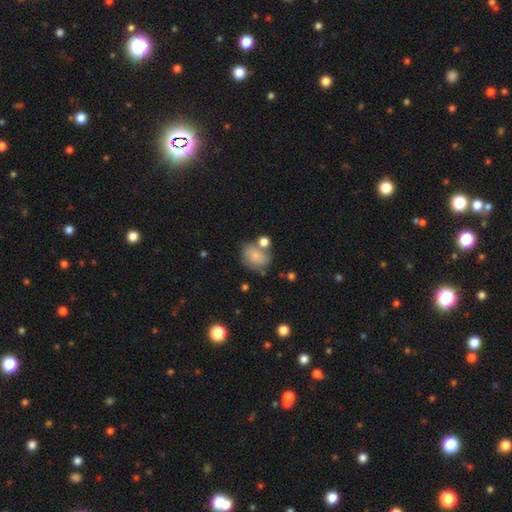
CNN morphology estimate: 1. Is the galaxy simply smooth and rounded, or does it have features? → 78% smooth, 13% featured or disk, 9% star or artifact.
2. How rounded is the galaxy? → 50% in between, 49% round, 1% cigar-shaped.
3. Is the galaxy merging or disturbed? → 54% none, 22% merger, 18% minor disturbance, 6% major disturbance.